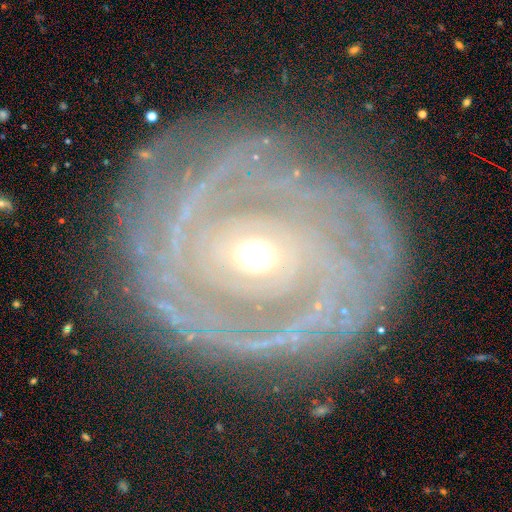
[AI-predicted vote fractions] A featured or disk galaxy (84%) with a weak bar (37%), tight (79%) spiral arms (94%) and a small central bulge (55%).

Vote fractions:
- Smooth or featured? featured or disk: 84% / star or artifact: 9% / smooth: 7%
- Edge-on disk? no: 95% / yes: 5%
- Bar? weak: 37% / no: 34% / strong: 29%
- Spiral arms? yes: 94% / no: 6%
- Spiral winding? tight: 79% / medium: 17% / loose: 4%
- Spiral arm count? can't tell: 28% / 2: 27% / 3: 18% / 4: 11% / more than 4: 9% / 1: 8%
- Bulge size? small: 55% / moderate: 42% / large: 2% / dominant: 1% / none: 1%
- Merging? none: 80% / minor disturbance: 13% / major disturbance: 5% / merger: 1%